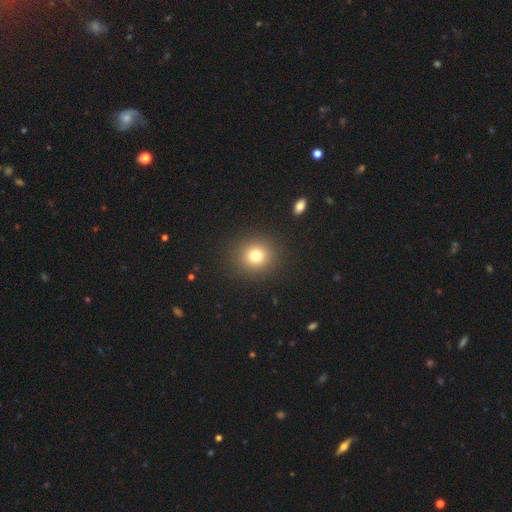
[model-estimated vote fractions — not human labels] The model was most divided on "smooth or featured": smooth: 77%, star or artifact: 14%, featured or disk: 9%. More confident: merging — none (90%); how rounded — round (88%).